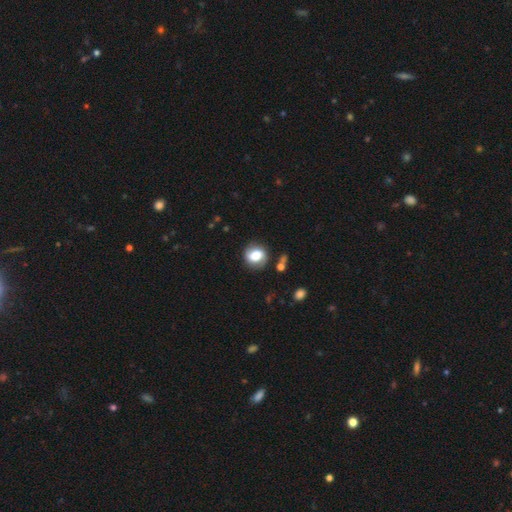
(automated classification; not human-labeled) Smooth or featured? Predicted: smooth (p=0.58). How rounded? Predicted: round (p=0.71). Merging? Predicted: none (p=0.78).